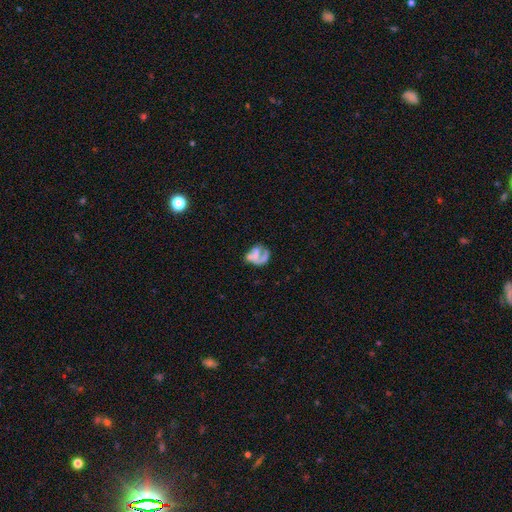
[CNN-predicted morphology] This is possibly a featured or disk galaxy (52%). It is clearly not viewed edge-on (97%). Bar: likely no (78%). Spiral arm pattern: likely no (65%). Central bulge: possibly none (57%). Merging: marginally major disturbance (29%, tied with merger).